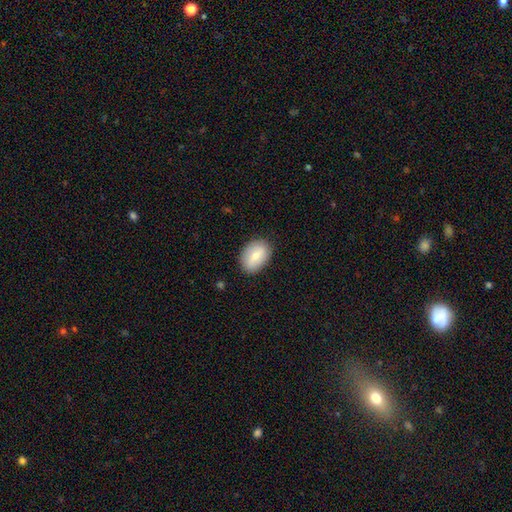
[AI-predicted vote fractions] Smooth or featured?
  - smooth: 70% *
  - featured or disk: 24%
  - star or artifact: 7%
How rounded?
  - in between: 81% *
  - round: 17%
  - cigar-shaped: 1%
Merging?
  - none: 84% *
  - minor disturbance: 12%
  - major disturbance: 3%
  - merger: 1%